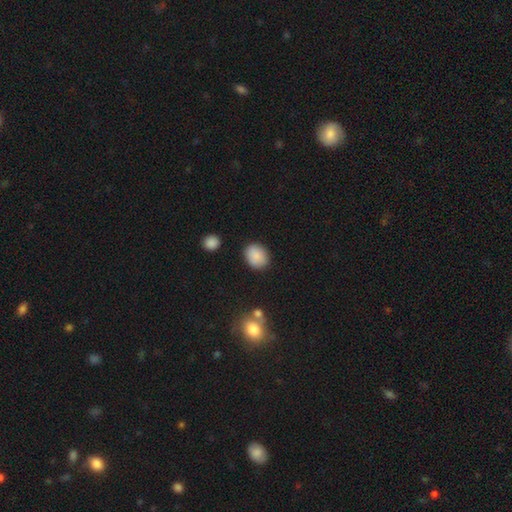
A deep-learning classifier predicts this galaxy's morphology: The model was most divided on "how rounded": in between: 56%, round: 43%, cigar-shaped: 1%. More confident: smooth or featured — smooth (87%); merging — none (84%).